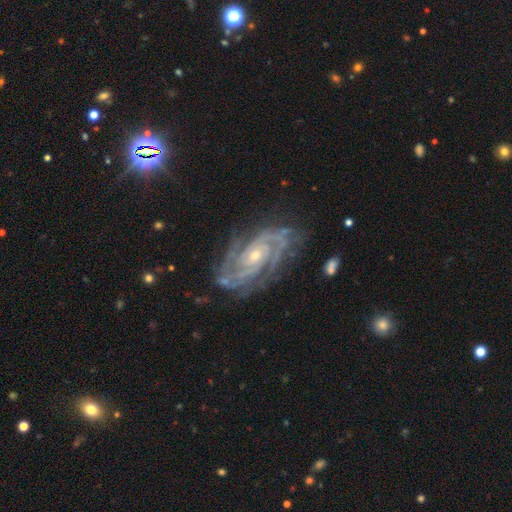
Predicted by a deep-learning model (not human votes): Overall: featured or disk (91%). Edge-on disk: no (97%). Bar: no (63%; weak 27%). Spiral arms: yes (98%). Spiral arm count: 2 (40%; 3 22%). Spiral winding: tight (67%; medium 29%). Bulge size: small (67%; moderate 30%). Merging: none (75%).